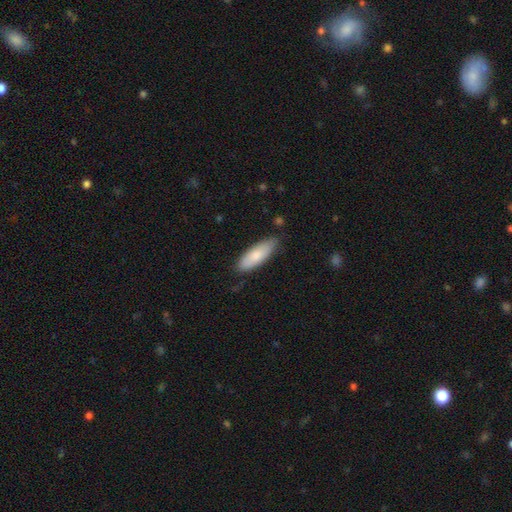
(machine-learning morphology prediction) This appears to be a smooth galaxy with no disk features (80%) that is in between round and cigar-shaped (62%). Merging: none (78%).